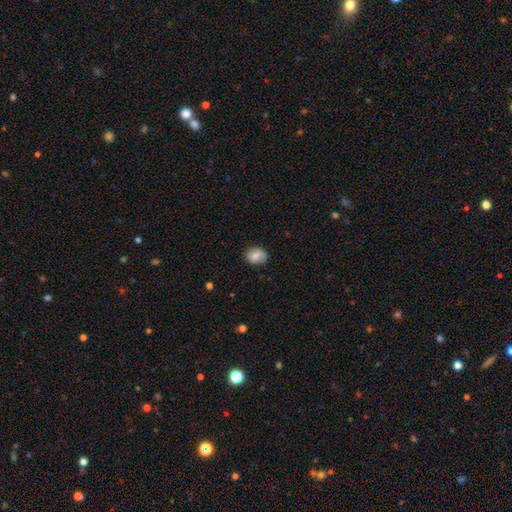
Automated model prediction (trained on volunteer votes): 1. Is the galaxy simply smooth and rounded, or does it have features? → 64% smooth, 28% featured or disk, 8% star or artifact.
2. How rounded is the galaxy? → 55% in between, 44% round, 1% cigar-shaped.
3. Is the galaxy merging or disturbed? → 77% none, 18% minor disturbance, 4% major disturbance, 1% merger.